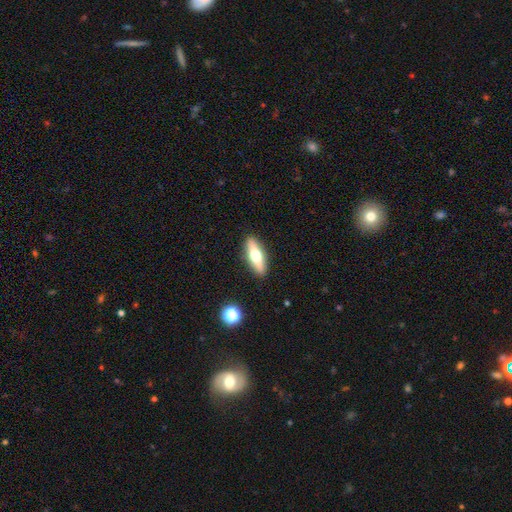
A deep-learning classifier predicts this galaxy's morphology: smooth_or_featured: smooth (p=0.52) [alt: featured or disk p=0.42]
how_rounded: cigar-shaped (p=0.52) [alt: in between p=0.45]
merging: none (p=0.89) [alt: minor disturbance p=0.07]